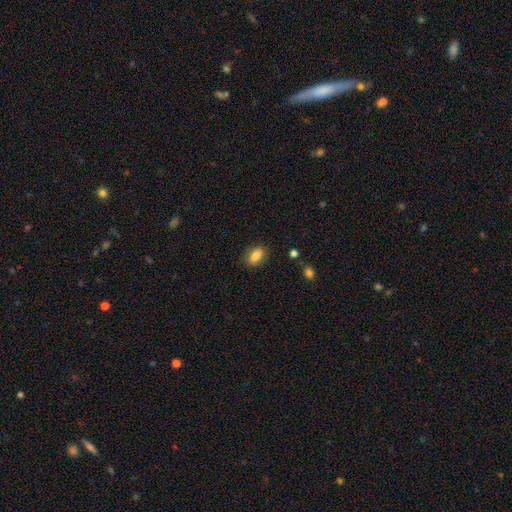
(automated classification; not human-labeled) Morphology: type=smooth (85%); roundness=in between (87%); merging=none (84%).